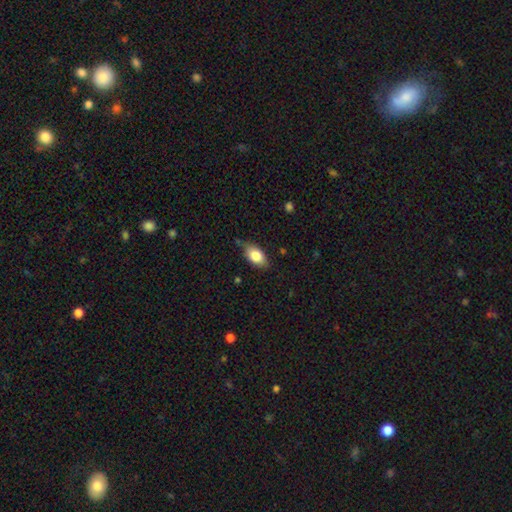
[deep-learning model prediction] smooth-or-featured: smooth: 82% | featured or disk: 11% | star or artifact: 7%
  how-rounded: in between: 91% | round: 6% | cigar-shaped: 4%
  merging: none: 74% | minor disturbance: 20% | major disturbance: 4% | merger: 2%